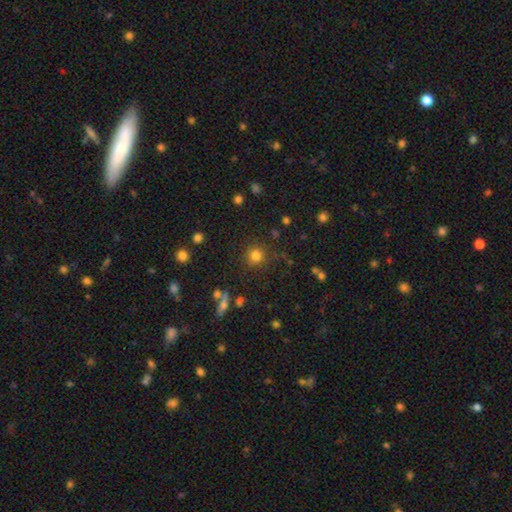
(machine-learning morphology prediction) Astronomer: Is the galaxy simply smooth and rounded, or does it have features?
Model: smooth — 78%.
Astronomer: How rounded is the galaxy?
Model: round — 90%.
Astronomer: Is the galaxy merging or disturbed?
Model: none — 83%.